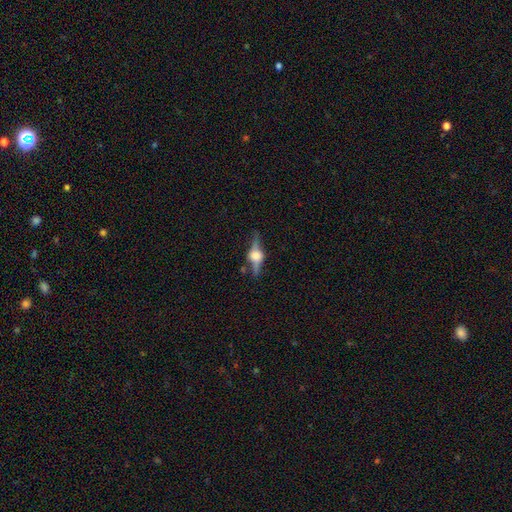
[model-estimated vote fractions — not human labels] The model was most divided on "merging": none: 80%, minor disturbance: 13%, major disturbance: 4%, merger: 2%. More confident: edge-on disk — yes (96%); edge-on bulge — rounded (93%); smooth or featured — featured or disk (80%).